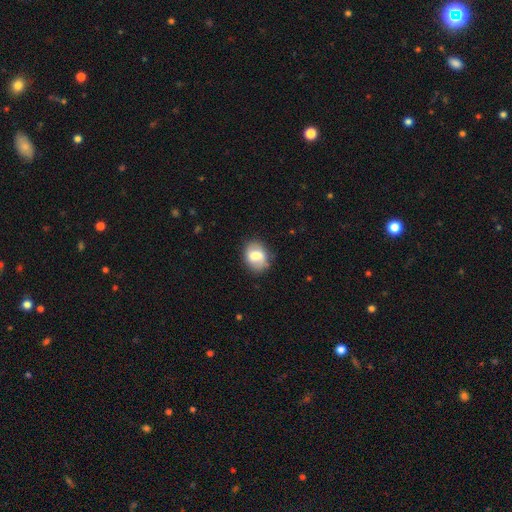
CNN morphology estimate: smooth 70%, featured or disk 22%, star or artifact 7%. Down the decision tree: how rounded — in between (63%); merging — none (76%).